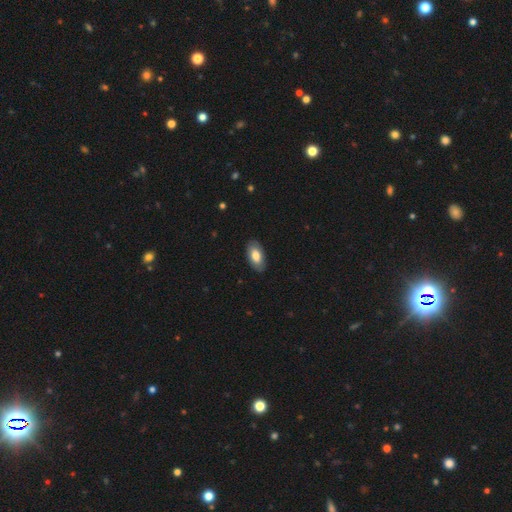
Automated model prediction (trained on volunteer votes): Smooth or featured?
  - smooth: 73% *
  - featured or disk: 22%
  - star or artifact: 6%
How rounded?
  - in between: 94% *
  - round: 3%
  - cigar-shaped: 3%
Merging?
  - none: 86% *
  - minor disturbance: 11%
  - major disturbance: 2%
  - merger: 1%